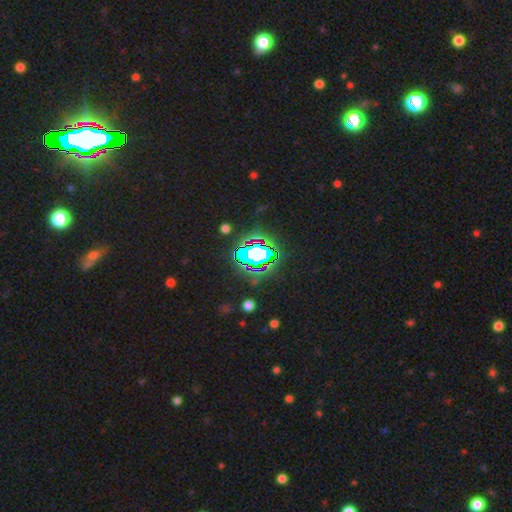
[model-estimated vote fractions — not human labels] smooth_or_featured: star or artifact (p=0.67) [alt: smooth p=0.18]